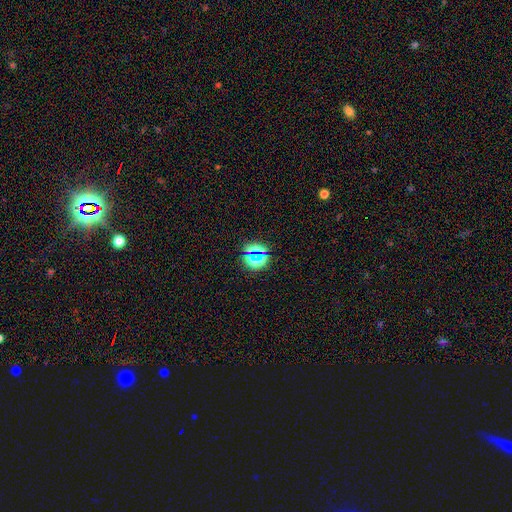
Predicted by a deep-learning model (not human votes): This appears to be a star or artifact, not a galaxy (60%).